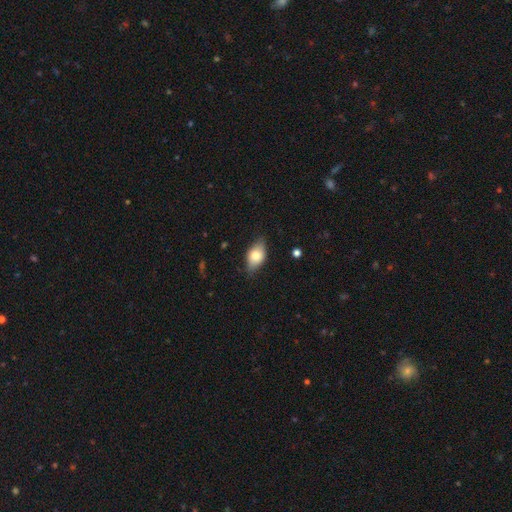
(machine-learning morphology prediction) This is likely a smooth galaxy (73%). How rounded: clearly in between (87%). Merging: likely none (74%).